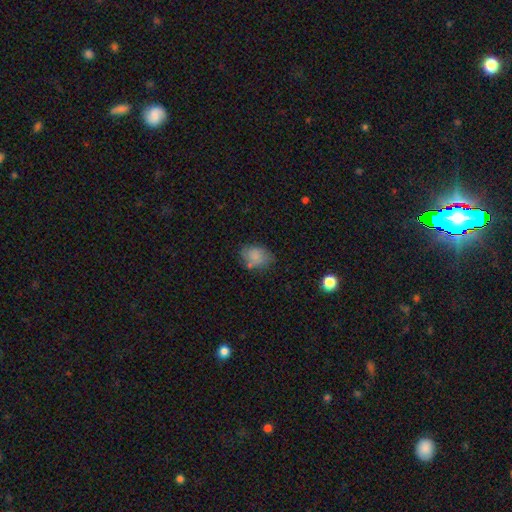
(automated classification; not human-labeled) This is clearly a smooth galaxy (81%). How rounded: likely in between (72%). Merging: likely none (62%).